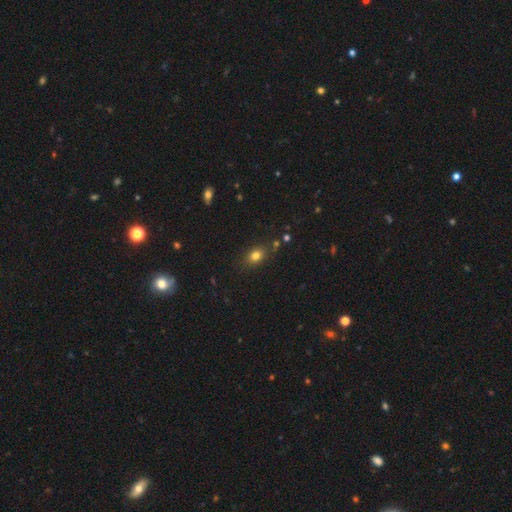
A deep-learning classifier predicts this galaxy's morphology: A smooth galaxy with no disk features (78%) that is in between round and cigar-shaped (66%).

Vote fractions:
- Smooth or featured? smooth: 78% / star or artifact: 13% / featured or disk: 9%
- How rounded? in between: 66% / round: 32% / cigar-shaped: 2%
- Merging? none: 79% / minor disturbance: 14% / major disturbance: 4% / merger: 4%